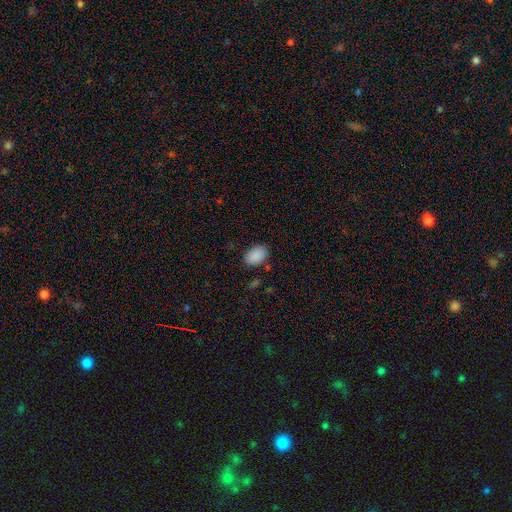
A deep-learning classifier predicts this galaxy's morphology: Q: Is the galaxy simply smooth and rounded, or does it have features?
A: smooth — 89%.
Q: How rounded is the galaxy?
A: in between — 86%.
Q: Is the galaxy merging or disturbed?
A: none — 84%.